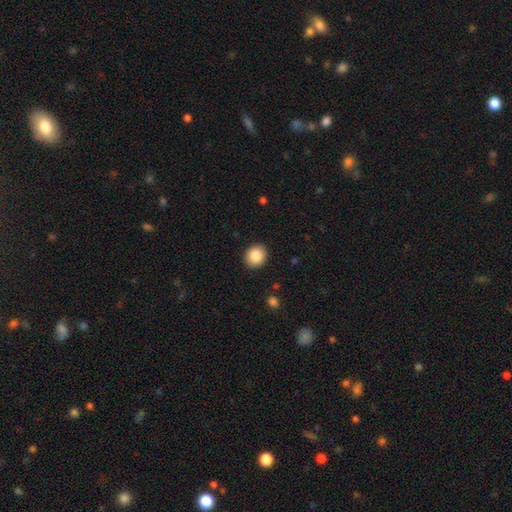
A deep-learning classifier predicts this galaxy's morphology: Smooth or featured? smooth (86%)
How rounded? round (71%)
Merging? none (91%)